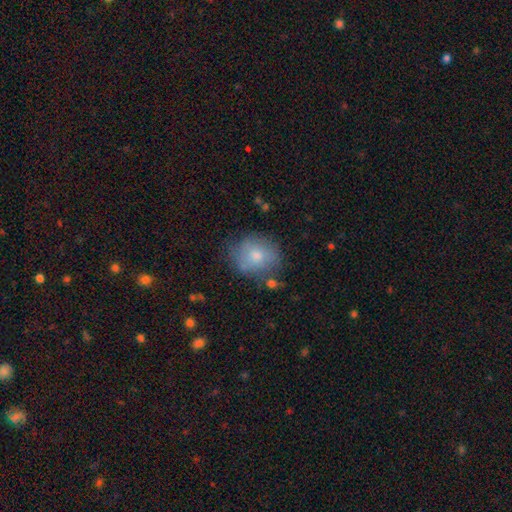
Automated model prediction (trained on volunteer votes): This is likely a smooth galaxy (70%). How rounded: likely round (73%). Merging: likely none (71%).